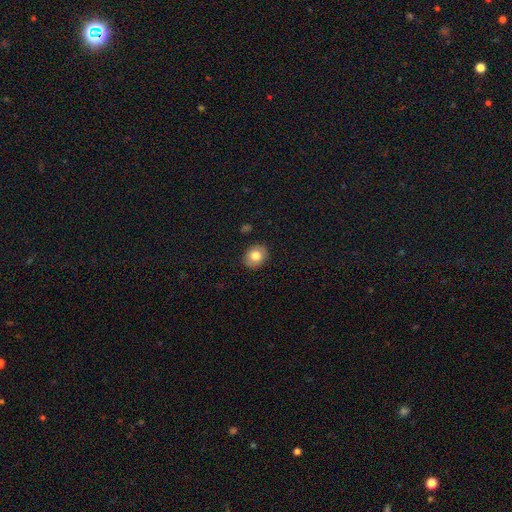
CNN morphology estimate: This appears to be a smooth galaxy with no disk features (80%) that is round (60%). Merging: none (89%).